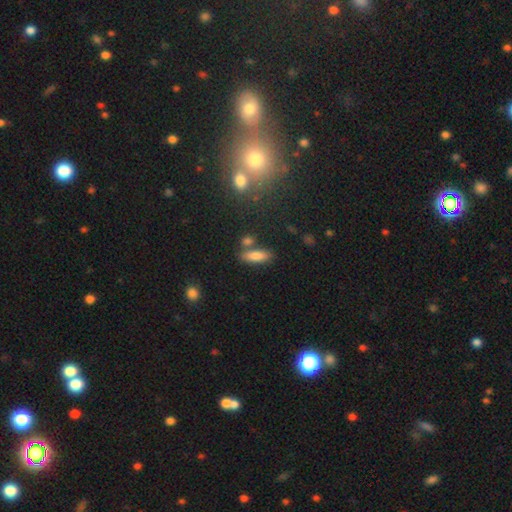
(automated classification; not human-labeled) Smooth or featured? smooth (80%)
How rounded? in between (56%)
Merging? none (69%)